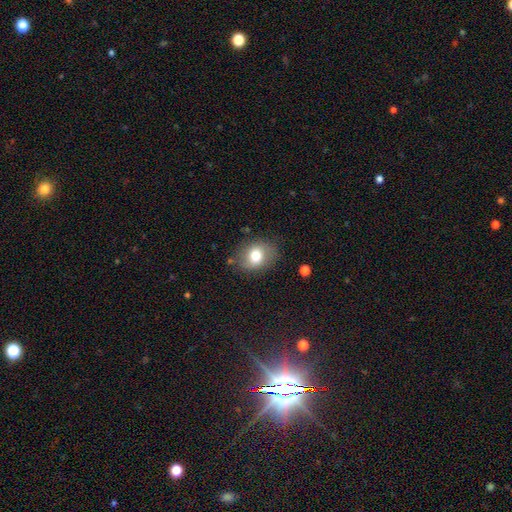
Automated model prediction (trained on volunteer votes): This is likely a smooth galaxy (74%). How rounded: possibly in between (52%). Merging: likely none (78%).